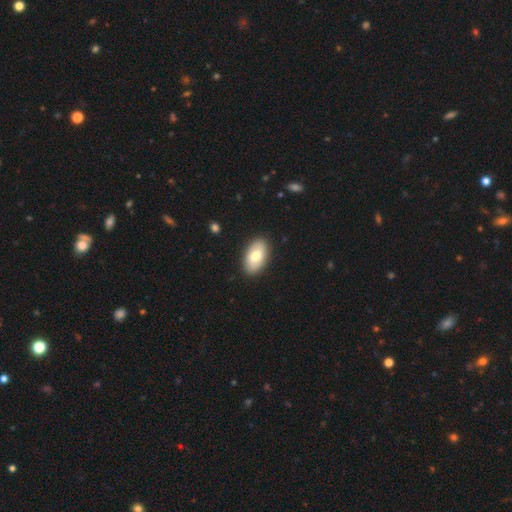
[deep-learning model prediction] Overall: smooth (68%). How rounded: in between (94%). Merging: none (89%).